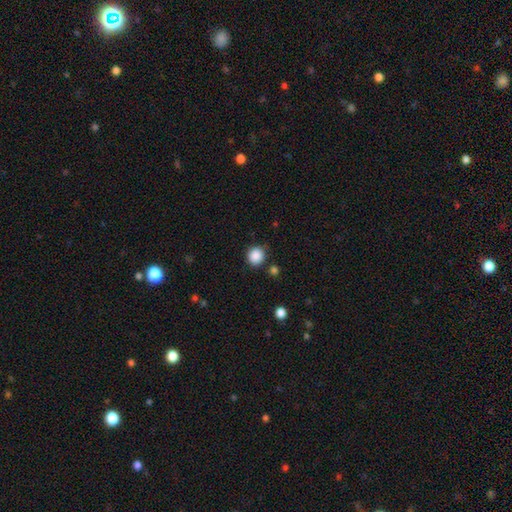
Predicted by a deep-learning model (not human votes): smooth_or_featured: smooth (p=0.88) [alt: star or artifact p=0.09]
how_rounded: round (p=0.88) [alt: in between p=0.11]
merging: none (p=0.85) [alt: minor disturbance p=0.09]